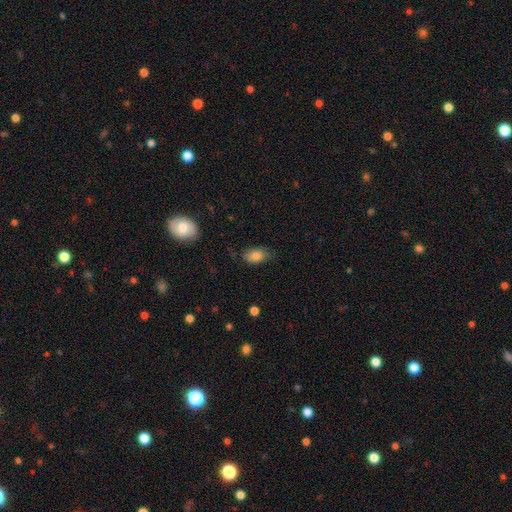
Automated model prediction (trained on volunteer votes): smooth-or-featured: smooth: 82% | featured or disk: 9% | star or artifact: 9%
  how-rounded: in between: 88% | round: 10% | cigar-shaped: 2%
  merging: none: 69% | minor disturbance: 25% | major disturbance: 5% | merger: 1%